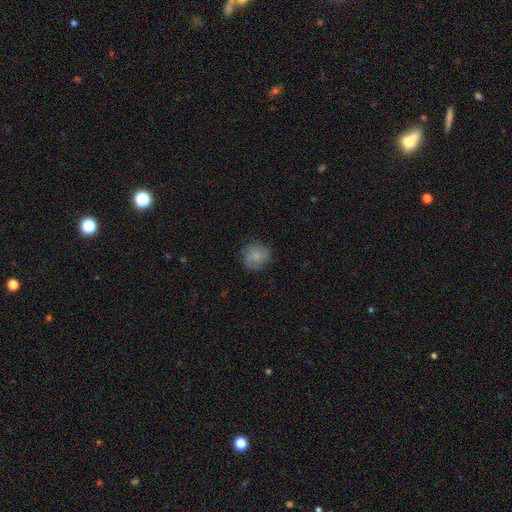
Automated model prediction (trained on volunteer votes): Smooth or featured? smooth (77%)
How rounded? round (89%)
Merging? none (80%)